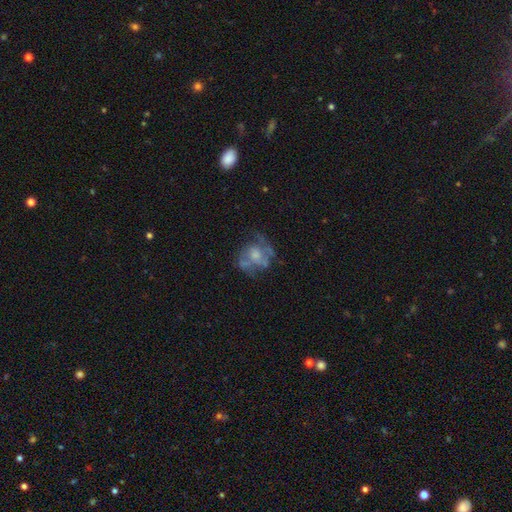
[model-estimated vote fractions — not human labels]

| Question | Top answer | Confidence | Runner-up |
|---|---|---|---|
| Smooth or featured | featured or disk | 62% | smooth (28%) |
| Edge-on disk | no | 97% | yes (3%) |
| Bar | no | 78% | weak (18%) |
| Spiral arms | no | 52% | yes (48%) |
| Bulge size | moderate | 41% | small (24%) |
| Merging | none | 45% | major disturbance (28%) |